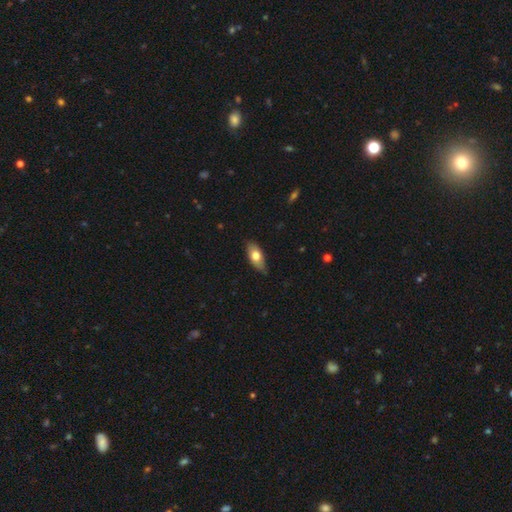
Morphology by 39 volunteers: Overall: smooth (74%). How rounded: in between (86%). Merging: none (85%).